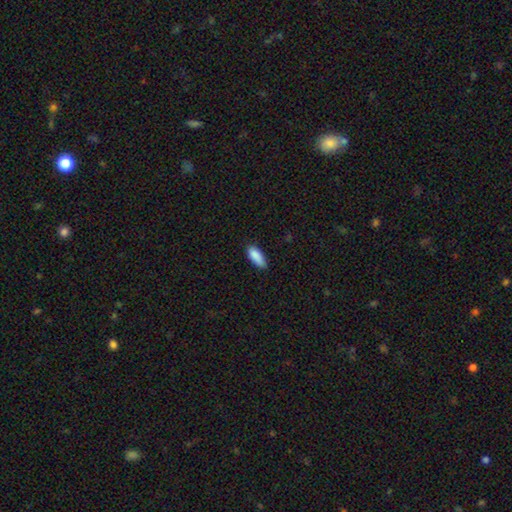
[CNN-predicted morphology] This is clearly a smooth galaxy (89%). How rounded: likely in between (78%). Merging: likely none (73%).